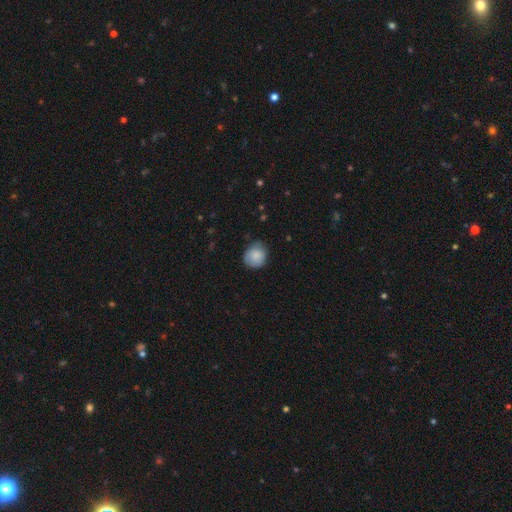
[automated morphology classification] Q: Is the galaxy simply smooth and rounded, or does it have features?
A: smooth — 85%.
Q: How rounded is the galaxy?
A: round — 84%.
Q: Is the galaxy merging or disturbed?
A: none — 67%.